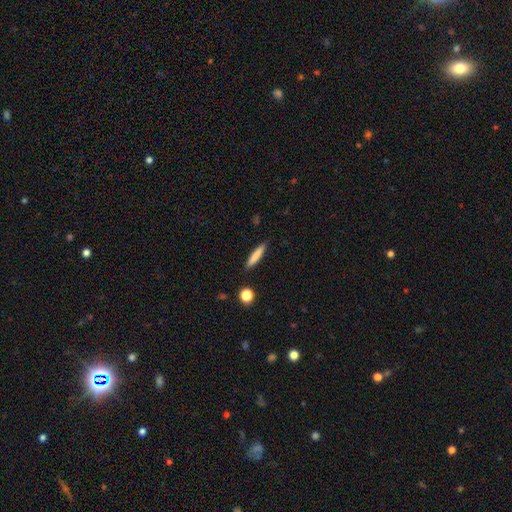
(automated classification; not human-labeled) This is likely a smooth galaxy (79%). How rounded: clearly cigar-shaped (90%). Merging: clearly none (89%).